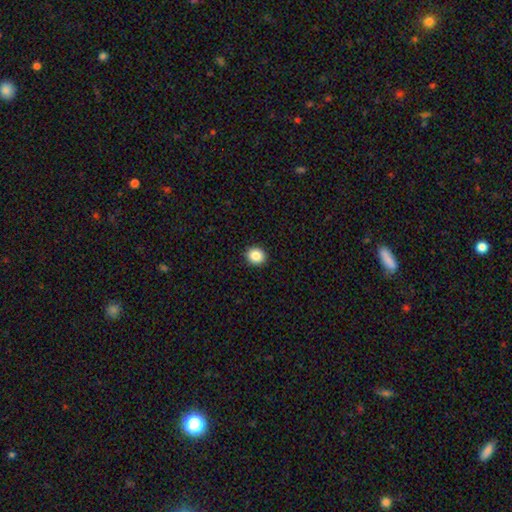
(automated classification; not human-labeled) Overall: smooth (87%). How rounded: round (76%). Merging: none (91%).